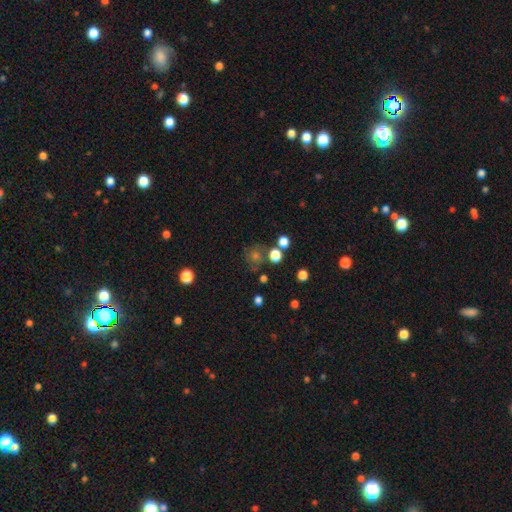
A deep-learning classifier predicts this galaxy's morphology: smooth_or_featured: smooth (p=0.52) [alt: star or artifact p=0.32]
how_rounded: round (p=0.86) [alt: in between p=0.13]
merging: none (p=0.71) [alt: minor disturbance p=0.13]